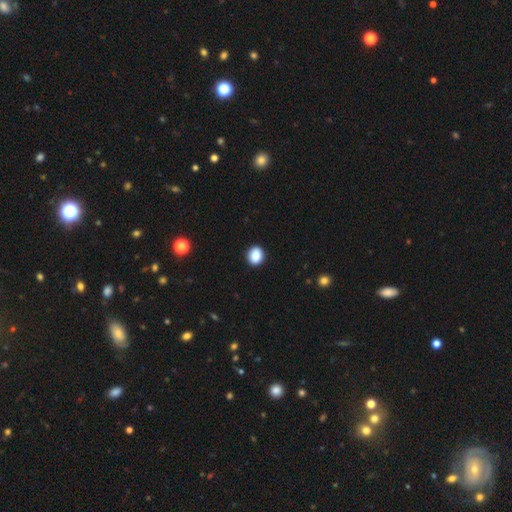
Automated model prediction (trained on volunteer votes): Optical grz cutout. It shows a smooth galaxy with no disk features (87%) that is round (69%). Merging: none (92%).